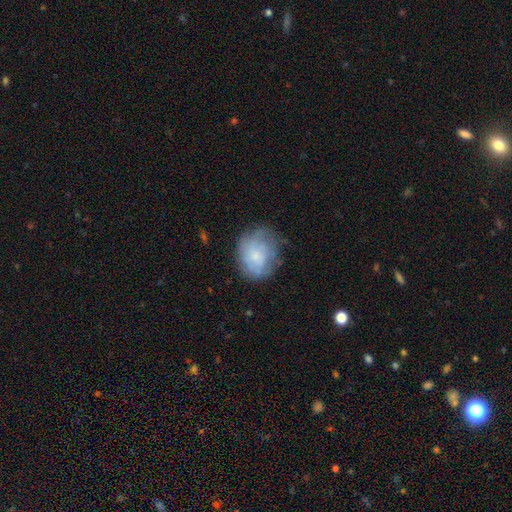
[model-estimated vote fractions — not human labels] Smooth or featured? Predicted: smooth (p=0.54). How rounded? Predicted: round (p=0.63). Merging? Predicted: none (p=0.63).